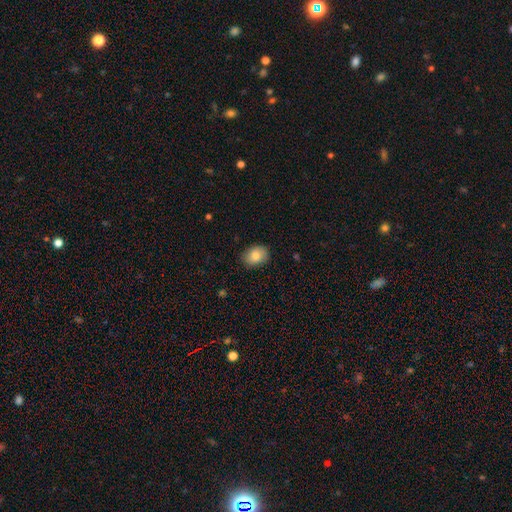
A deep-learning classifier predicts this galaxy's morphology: Smooth or featured?
  - smooth: 84% *
  - featured or disk: 9%
  - star or artifact: 7%
How rounded?
  - in between: 69% *
  - round: 30%
  - cigar-shaped: 1%
Merging?
  - none: 85% *
  - minor disturbance: 12%
  - major disturbance: 2%
  - merger: 1%